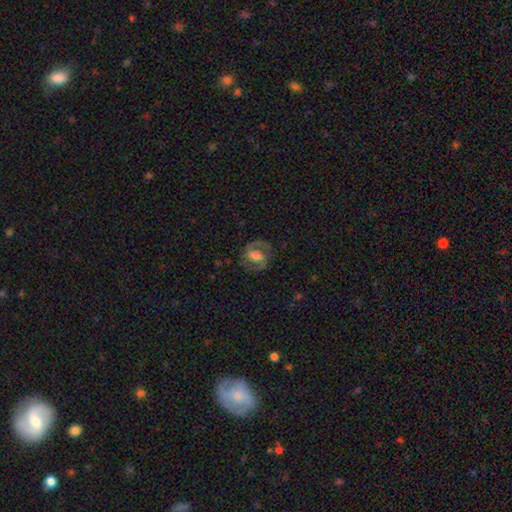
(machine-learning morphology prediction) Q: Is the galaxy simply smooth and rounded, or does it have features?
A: featured or disk — 71%.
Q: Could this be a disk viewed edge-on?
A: no — 97%.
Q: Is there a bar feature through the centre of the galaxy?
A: weak — 44%.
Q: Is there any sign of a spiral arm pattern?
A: yes — 88%.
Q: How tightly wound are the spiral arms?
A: medium — 53%.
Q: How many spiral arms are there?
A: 2 — 85%.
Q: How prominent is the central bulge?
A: moderate — 57%.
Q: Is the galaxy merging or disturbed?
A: none — 74%.